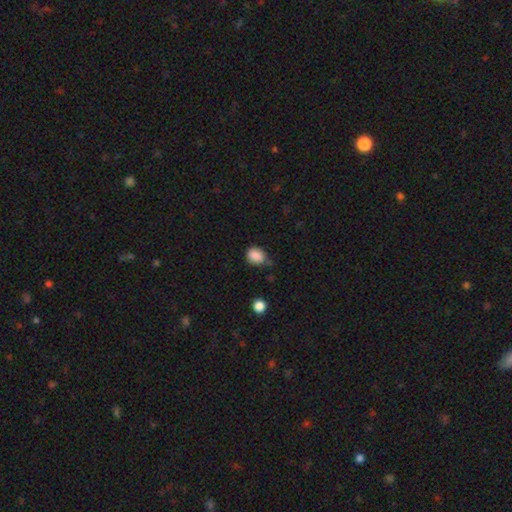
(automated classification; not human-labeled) Smooth or featured: smooth — 83% (star or artifact — 10%)
How rounded: in between — 55% (round — 43%)
Merging: none — 52% (minor disturbance — 35%)